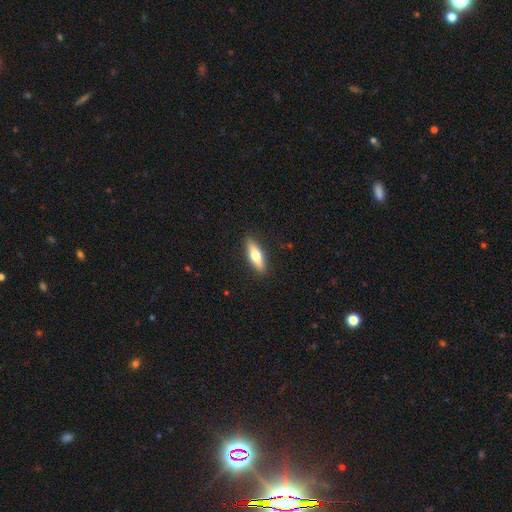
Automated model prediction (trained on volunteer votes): smooth 62%, featured or disk 33%, star or artifact 6%. Down the decision tree: how rounded — cigar-shaped (51%); merging — none (89%).